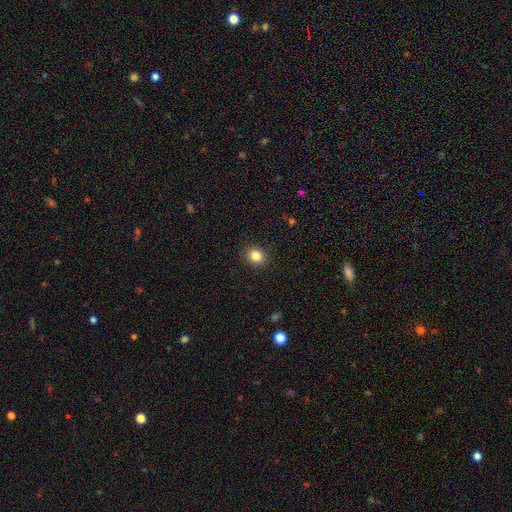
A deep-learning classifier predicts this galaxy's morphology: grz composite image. It shows a smooth galaxy with no disk features (84%) that is round (70%). Merging: none (90%).